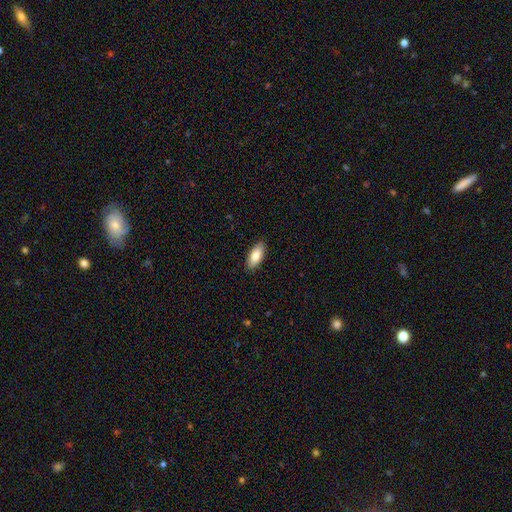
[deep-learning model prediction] Smooth or featured? smooth (82%)
How rounded? in between (87%)
Merging? none (89%)